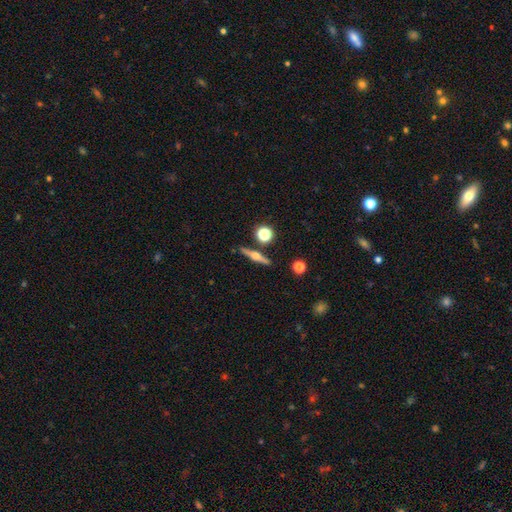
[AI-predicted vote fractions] A featured or disk galaxy (69%) viewed edge-on (97%) with a rounded central bulge (94%).

Vote fractions:
- Smooth or featured? featured or disk: 69% / smooth: 23% / star or artifact: 7%
- Edge-on disk? yes: 97% / no: 3%
- Edge-on bulge? rounded: 94% / boxy: 3% / none: 2%
- Merging? none: 86% / minor disturbance: 7% / merger: 4% / major disturbance: 2%